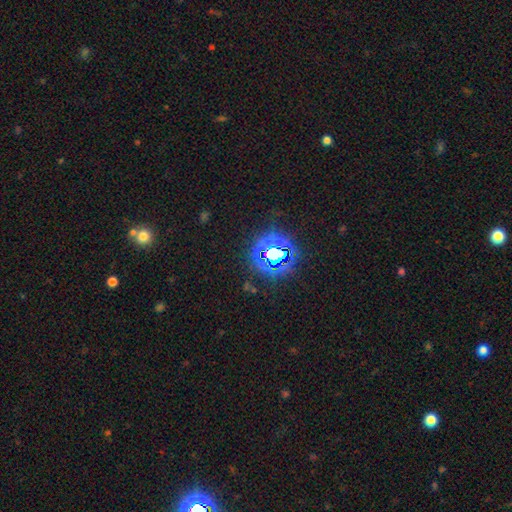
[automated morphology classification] Smooth or featured: star or artifact — 80% (smooth — 13%)